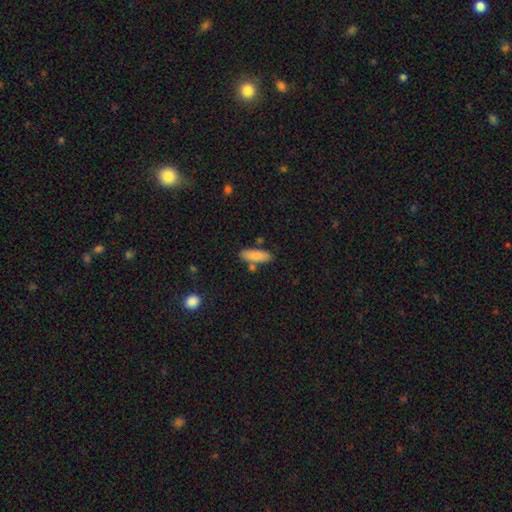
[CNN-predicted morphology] type=smooth (84%); roundness=in between (58%); merging=none (75%).